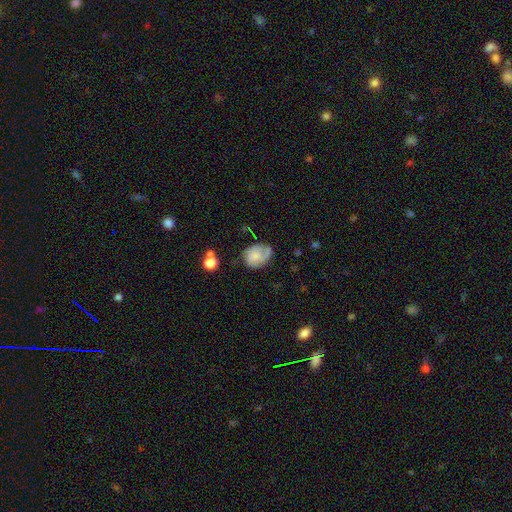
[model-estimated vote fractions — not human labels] A smooth galaxy with no disk features (56%) that is in between round and cigar-shaped (61%). Merging: none (50%).